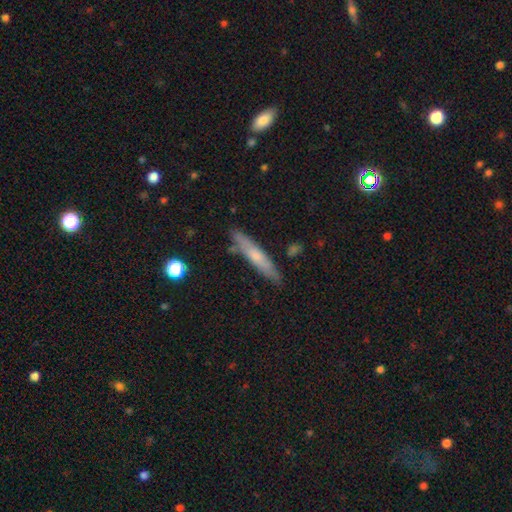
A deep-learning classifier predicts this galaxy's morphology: Overall: smooth (58%; featured or disk 36%). How rounded: cigar-shaped (91%). Merging: none (84%).